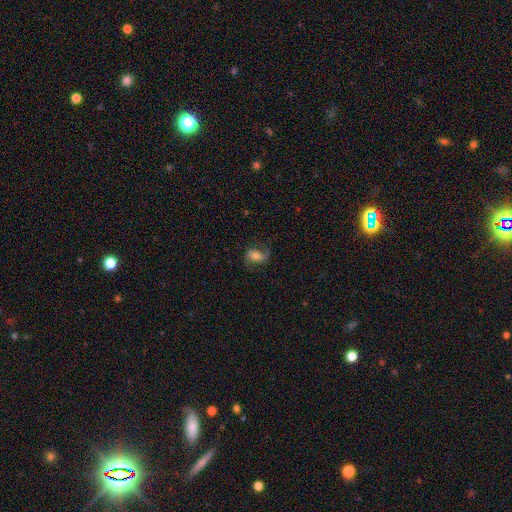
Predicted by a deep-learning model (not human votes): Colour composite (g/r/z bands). It shows a featured or disk galaxy (52%). Merging: none (66%).